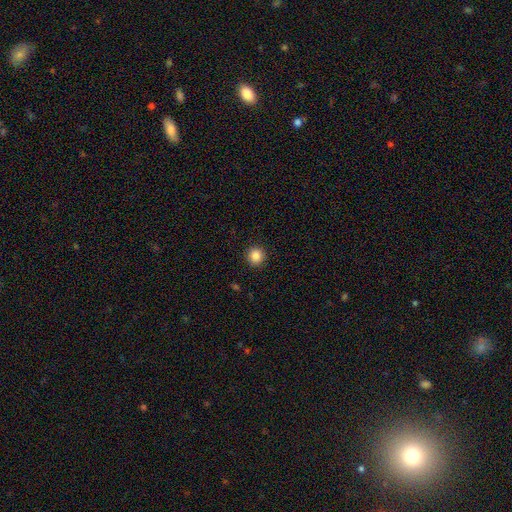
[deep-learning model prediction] Overall: smooth (86%). How rounded: round (93%). Merging: none (92%).